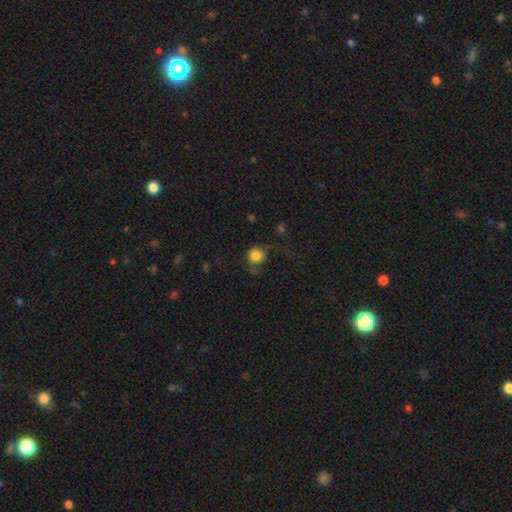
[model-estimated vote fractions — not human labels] The model was most divided on "merging": none: 49%, major disturbance: 26%, minor disturbance: 21%, merger: 3%. More confident: how rounded — round (85%); smooth or featured — smooth (80%).